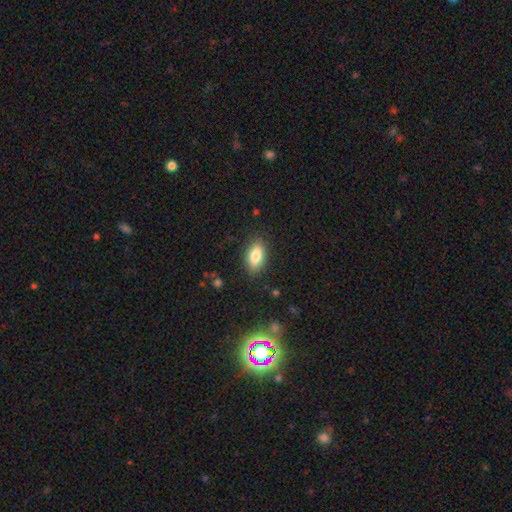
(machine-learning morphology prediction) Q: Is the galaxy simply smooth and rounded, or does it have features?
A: smooth — 82%.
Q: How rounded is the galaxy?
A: in between — 90%.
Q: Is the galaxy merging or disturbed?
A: none — 86%.